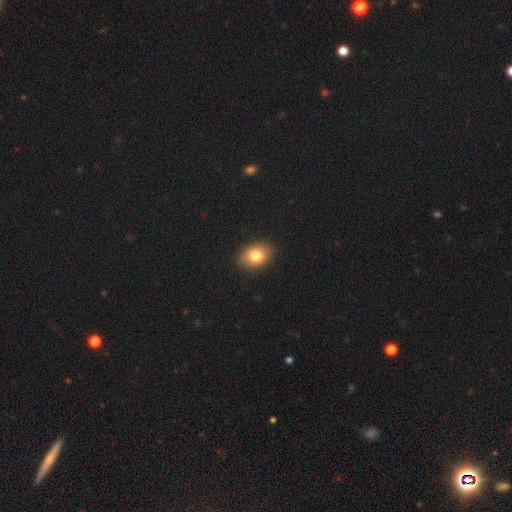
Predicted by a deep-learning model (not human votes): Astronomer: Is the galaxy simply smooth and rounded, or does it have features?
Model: smooth — 80%.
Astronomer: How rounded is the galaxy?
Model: in between — 74%.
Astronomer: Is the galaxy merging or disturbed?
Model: none — 88%.